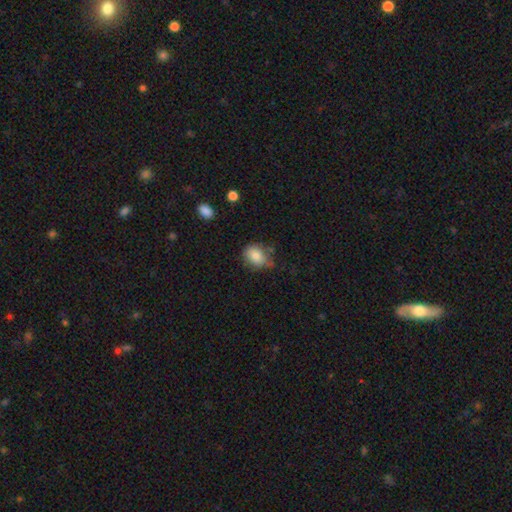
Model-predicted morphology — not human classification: smooth-or-featured: smooth: 80% | featured or disk: 11% | star or artifact: 9%
  how-rounded: in between: 51% | round: 48% | cigar-shaped: 1%
  merging: none: 59% | minor disturbance: 29% | major disturbance: 7% | merger: 4%